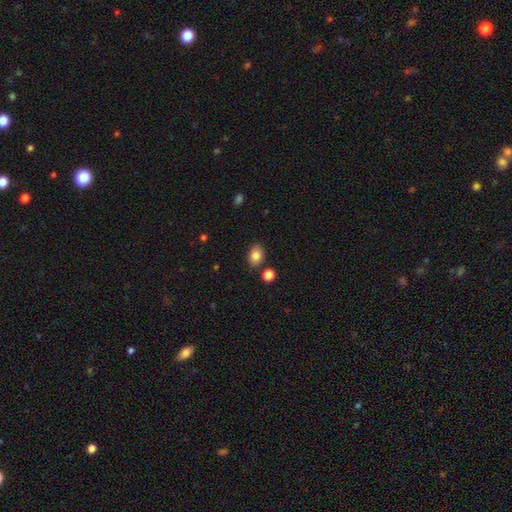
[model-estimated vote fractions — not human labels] Smooth or featured?
  - smooth: 83% *
  - star or artifact: 9%
  - featured or disk: 8%
How rounded?
  - in between: 74% *
  - round: 25%
  - cigar-shaped: 1%
Merging?
  - none: 82% *
  - minor disturbance: 10%
  - merger: 6%
  - major disturbance: 2%